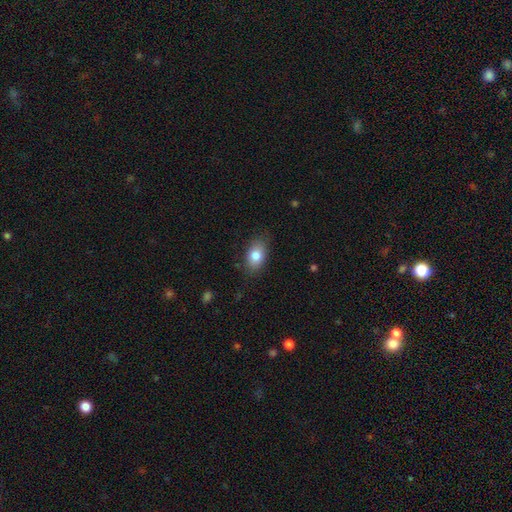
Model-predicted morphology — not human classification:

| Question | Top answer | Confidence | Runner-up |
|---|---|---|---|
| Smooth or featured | smooth | 82% | featured or disk (10%) |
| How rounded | in between | 84% | round (14%) |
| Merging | none | 80% | minor disturbance (15%) |